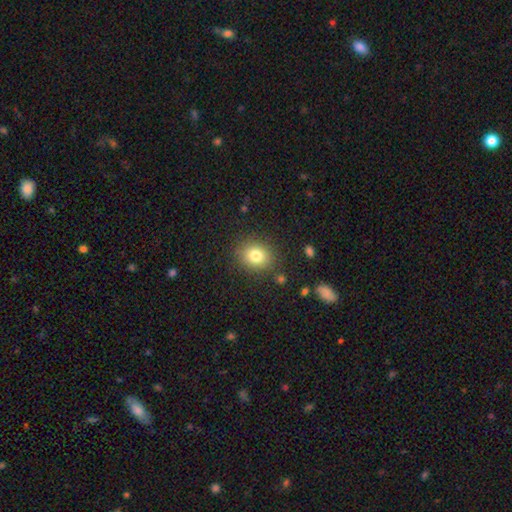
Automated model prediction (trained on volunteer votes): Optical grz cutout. It shows a smooth galaxy with no disk features (80%) that is round (66%). Merging: none (85%).